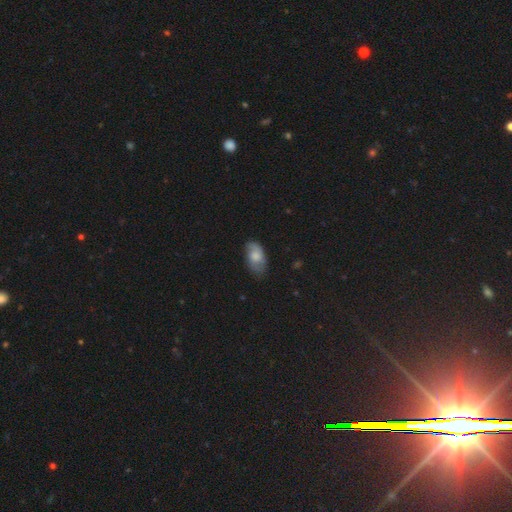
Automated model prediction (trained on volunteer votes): This appears to be a smooth galaxy with no disk features (53%) that is in between round and cigar-shaped (91%). Merging: none (70%).